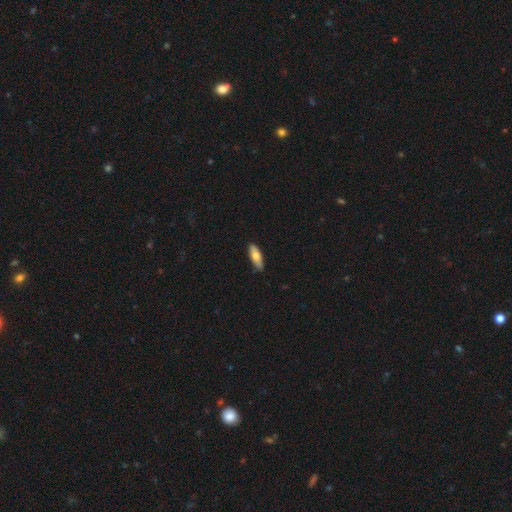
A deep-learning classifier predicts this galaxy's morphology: A smooth galaxy with no disk features (67%) that is in between round and cigar-shaped (56%).

Vote fractions:
- Smooth or featured? smooth: 67% / featured or disk: 27% / star or artifact: 6%
- How rounded? in between: 56% / cigar-shaped: 41% / round: 2%
- Merging? none: 87% / minor disturbance: 10% / major disturbance: 2% / merger: 1%